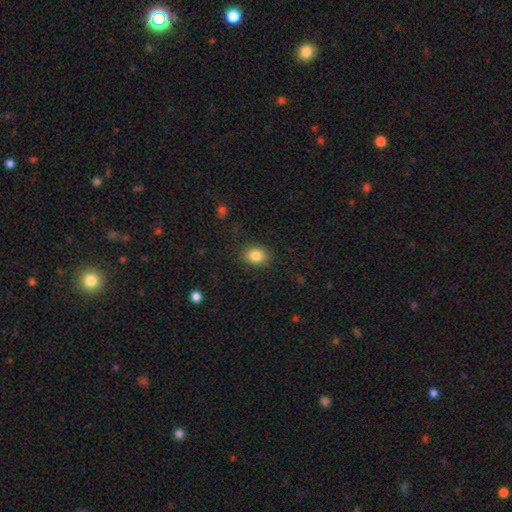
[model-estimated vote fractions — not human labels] smooth-or-featured: smooth: 85% | star or artifact: 10% | featured or disk: 6%
  how-rounded: in between: 50% | round: 49% | cigar-shaped: 1%
  merging: none: 87% | minor disturbance: 9% | major disturbance: 3% | merger: 1%